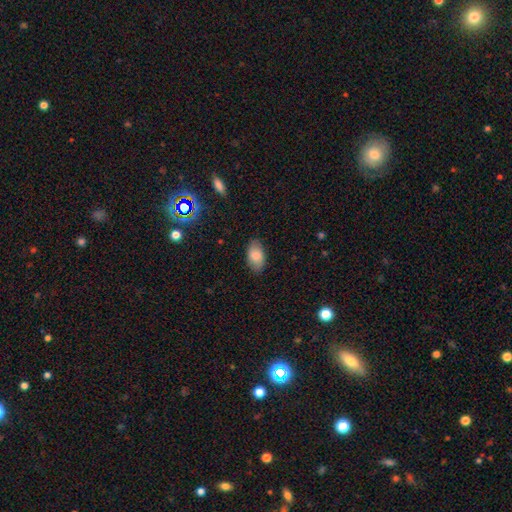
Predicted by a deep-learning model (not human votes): smooth-or-featured: smooth: 83% | featured or disk: 10% | star or artifact: 7%
  how-rounded: in between: 93% | round: 5% | cigar-shaped: 2%
  merging: none: 83% | minor disturbance: 13% | major disturbance: 3% | merger: 1%